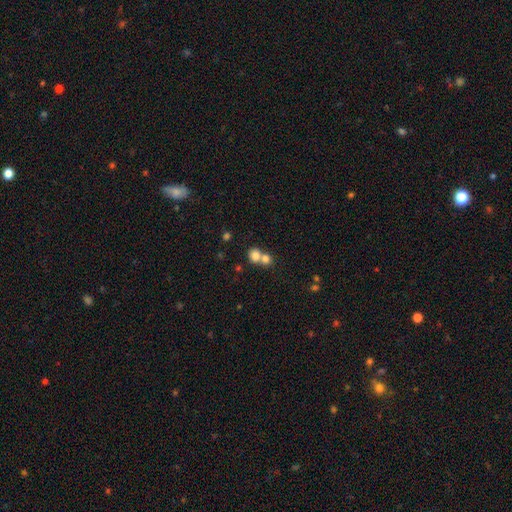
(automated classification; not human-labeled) A smooth galaxy with no disk features (79%) that is round (72%).

Vote fractions:
- Smooth or featured? smooth: 79% / featured or disk: 11% / star or artifact: 11%
- How rounded? round: 72% / in between: 27% / cigar-shaped: 1%
- Merging? merger: 59% / none: 33% / minor disturbance: 6% / major disturbance: 3%